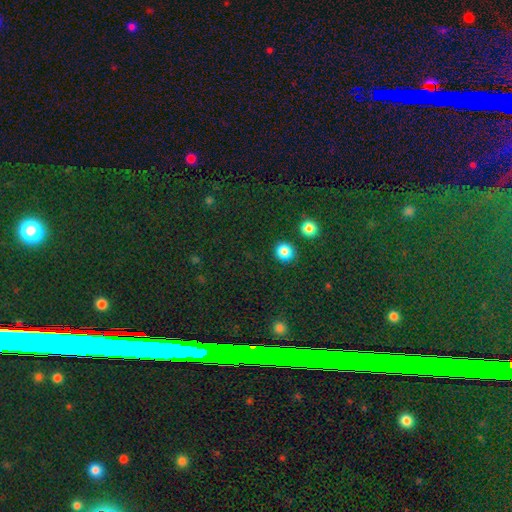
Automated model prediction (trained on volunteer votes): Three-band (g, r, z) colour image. It shows a star or artifact, not a galaxy (83%).